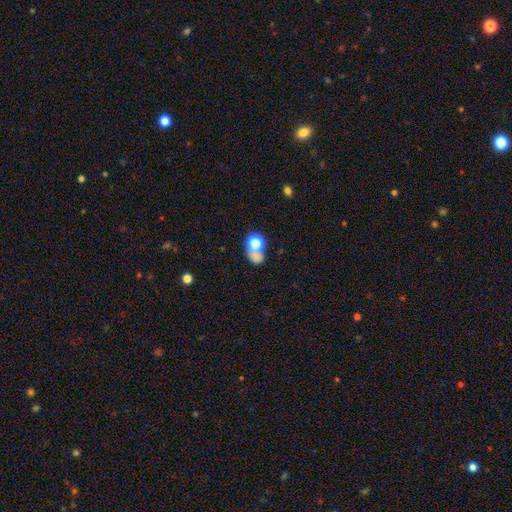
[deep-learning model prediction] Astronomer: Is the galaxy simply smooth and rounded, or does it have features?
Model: smooth — 68%.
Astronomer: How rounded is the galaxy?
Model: round — 58% (runner-up: in between, 40%).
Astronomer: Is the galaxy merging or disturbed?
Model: merger — 42% (runner-up: none, 34%).